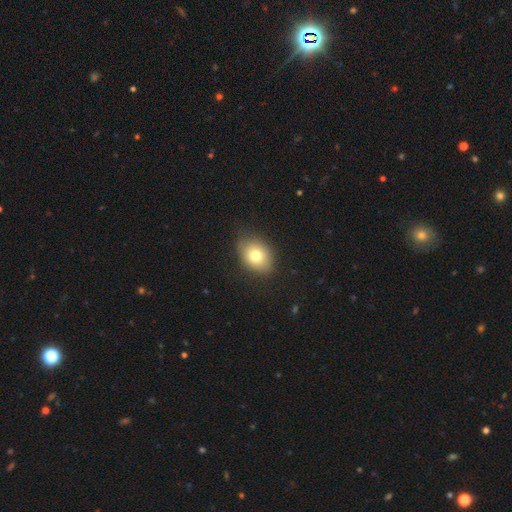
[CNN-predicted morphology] smooth 77%, featured or disk 13%, star or artifact 10%. Down the decision tree: how rounded — in between (66%); merging — none (80%).